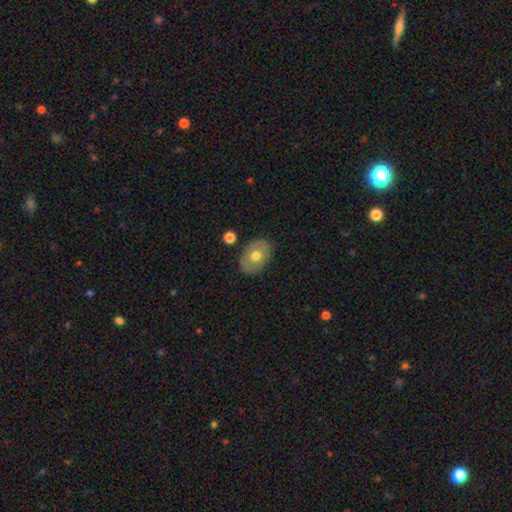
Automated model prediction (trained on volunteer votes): smooth_or_featured: smooth (p=0.58) [alt: featured or disk p=0.35]
how_rounded: in between (p=0.70) [alt: round p=0.29]
merging: none (p=0.84) [alt: minor disturbance p=0.11]